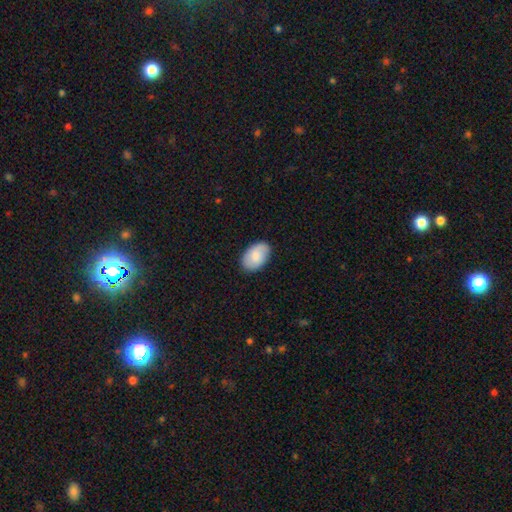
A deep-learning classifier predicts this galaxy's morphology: The model was most divided on "smooth or featured": smooth: 78%, featured or disk: 16%, star or artifact: 6%. More confident: how rounded — in between (90%); merging — none (84%).